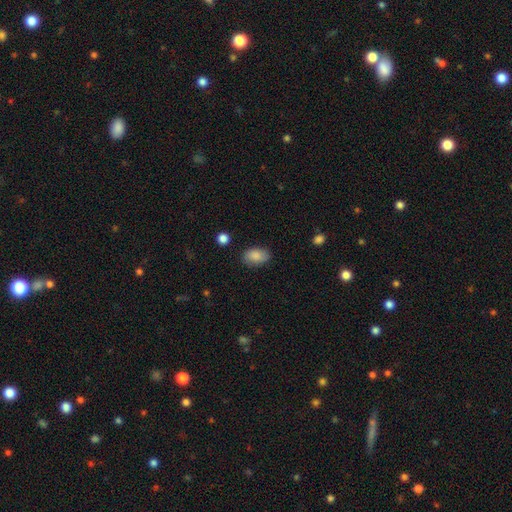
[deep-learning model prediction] Smooth or featured: smooth — 87% (star or artifact — 7%)
How rounded: in between — 89% (round — 10%)
Merging: none — 83% (minor disturbance — 13%)